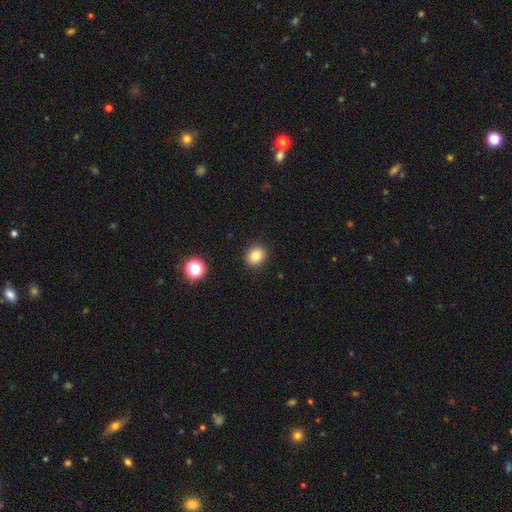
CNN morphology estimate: This appears to be a smooth galaxy with no disk features (82%) that is round (82%). Merging: none (91%).